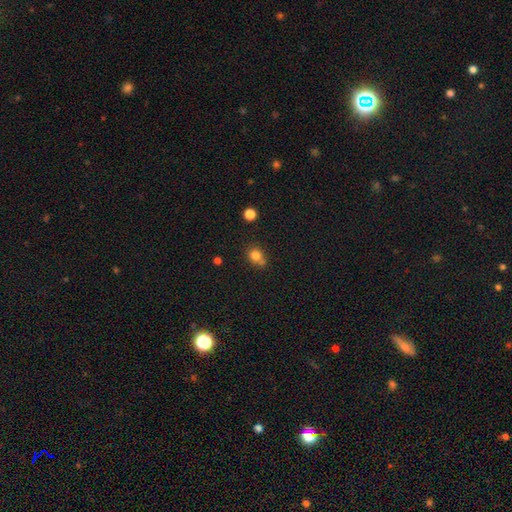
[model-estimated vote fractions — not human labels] Smooth or featured: smooth — 79% (star or artifact — 13%)
How rounded: round — 75% (in between — 24%)
Merging: none — 58% (merger — 21%)